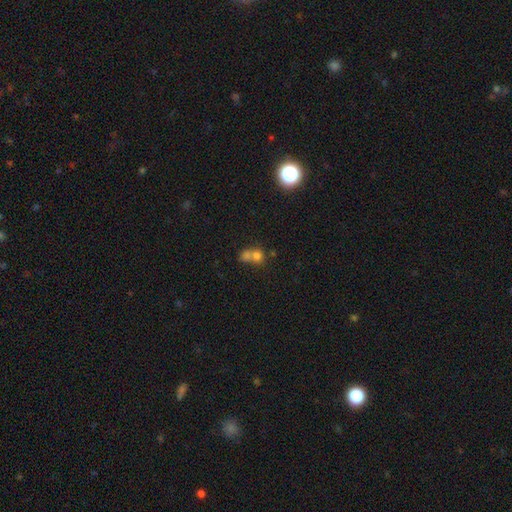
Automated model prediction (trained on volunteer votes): A smooth galaxy with no disk features (71%) that is round (76%).

Vote fractions:
- Smooth or featured? smooth: 71% / featured or disk: 15% / star or artifact: 14%
- How rounded? round: 76% / in between: 23% / cigar-shaped: 1%
- Merging? merger: 65% / none: 26% / minor disturbance: 5% / major disturbance: 3%